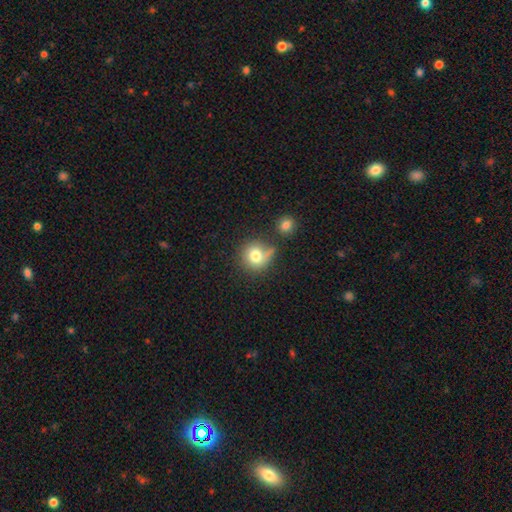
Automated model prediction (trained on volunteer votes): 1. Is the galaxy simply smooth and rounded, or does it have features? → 78% smooth, 12% featured or disk, 10% star or artifact.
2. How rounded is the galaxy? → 88% round, 11% in between, 1% cigar-shaped.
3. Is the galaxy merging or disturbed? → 56% none, 19% minor disturbance, 17% merger, 9% major disturbance.